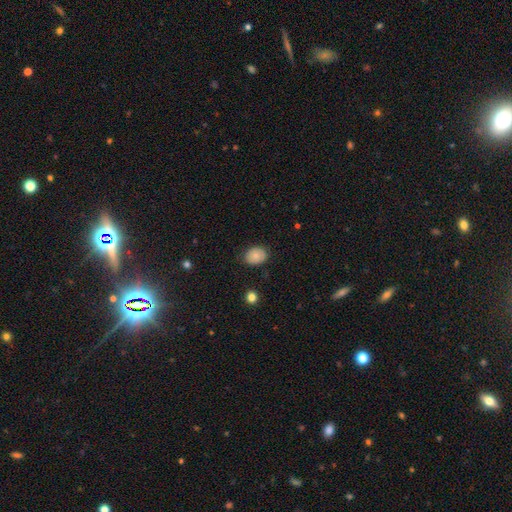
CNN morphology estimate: A smooth galaxy with no disk features (83%) that is in between round and cigar-shaped (64%).

Vote fractions:
- Smooth or featured? smooth: 83% / featured or disk: 9% / star or artifact: 8%
- How rounded? in between: 64% / round: 35% / cigar-shaped: 1%
- Merging? none: 82% / minor disturbance: 14% / major disturbance: 3% / merger: 1%